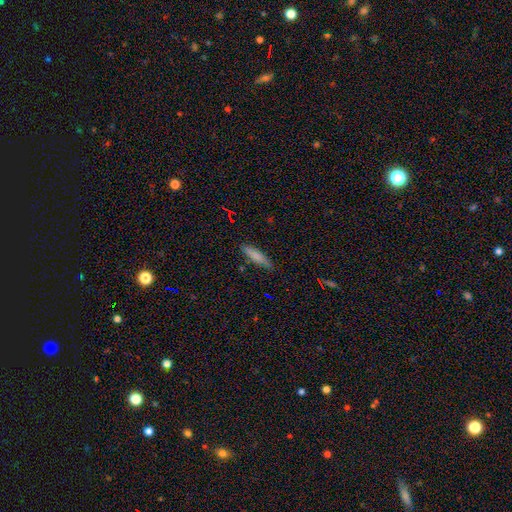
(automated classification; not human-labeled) A smooth galaxy with no disk features (78%) that is cigar-shaped (76%).

Vote fractions:
- Smooth or featured? smooth: 78% / featured or disk: 14% / star or artifact: 8%
- How rounded? cigar-shaped: 76% / in between: 22% / round: 2%
- Merging? none: 83% / minor disturbance: 14% / major disturbance: 2% / merger: 2%